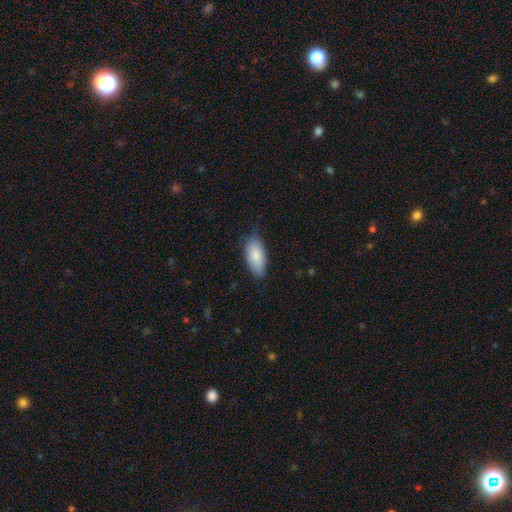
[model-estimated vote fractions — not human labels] smooth 85%, featured or disk 9%, star or artifact 6%. Down the decision tree: how rounded — in between (90%); merging — none (75%).